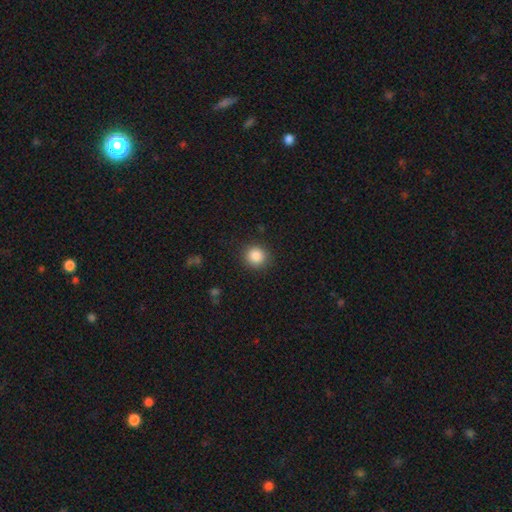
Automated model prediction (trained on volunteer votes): Morphology: type=smooth (86%); roundness=round (92%); merging=none (90%).